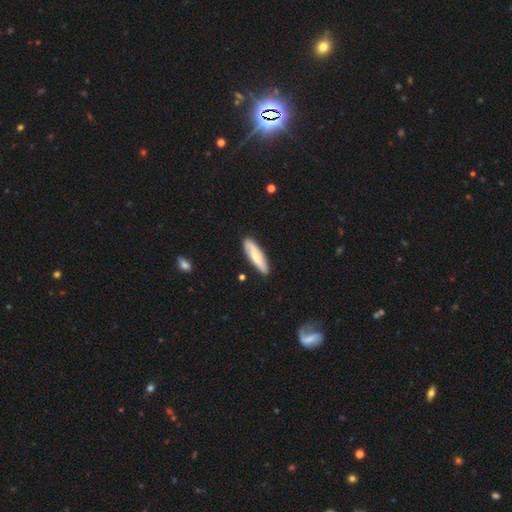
Volunteers were most divided on "edge-on disk" (2-way tie): yes: 50%, no: 50%. More confident: merging — none (92%); edge-on bulge — rounded (90%); smooth or featured — featured or disk (54%).